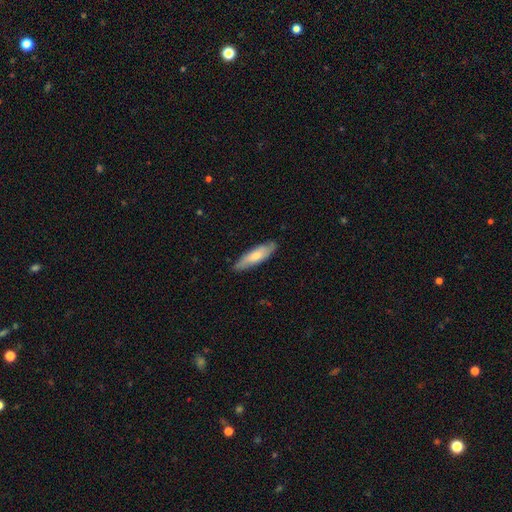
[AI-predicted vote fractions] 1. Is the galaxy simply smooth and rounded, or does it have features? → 67% smooth, 27% featured or disk, 5% star or artifact.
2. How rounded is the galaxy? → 63% cigar-shaped, 36% in between, 2% round.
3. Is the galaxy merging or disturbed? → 83% none, 14% minor disturbance, 2% major disturbance, 1% merger.